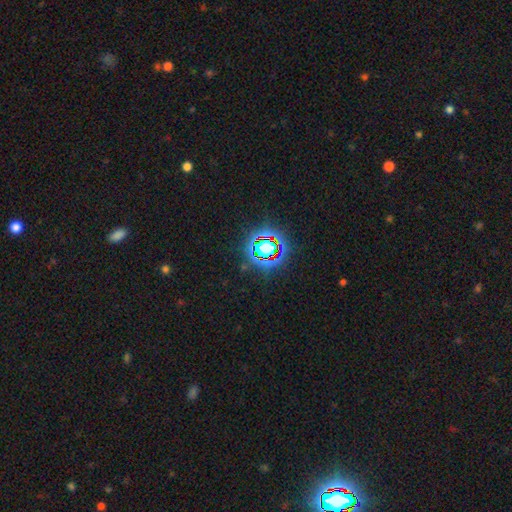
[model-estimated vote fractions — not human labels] Smooth or featured? star or artifact (80%)